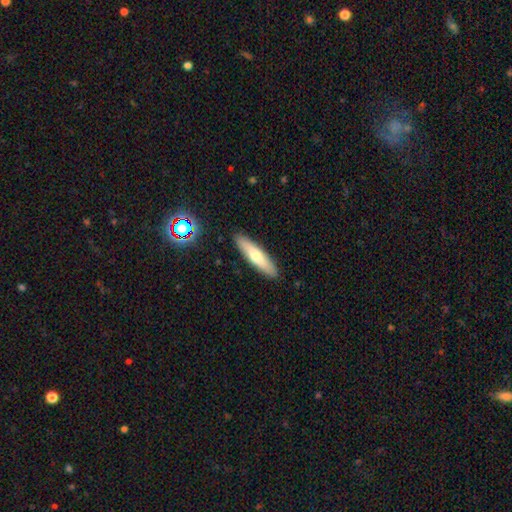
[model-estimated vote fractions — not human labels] Smooth or featured: smooth — 62% (featured or disk — 31%)
How rounded: cigar-shaped — 77% (in between — 21%)
Merging: none — 90% (minor disturbance — 7%)